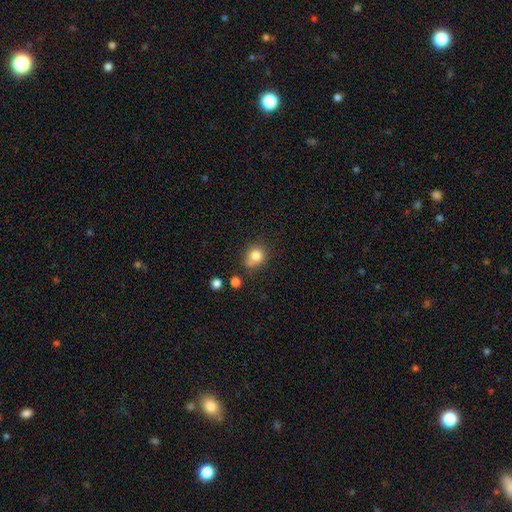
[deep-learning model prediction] A smooth galaxy with no disk features (82%) that is round (74%). Merging: none (61%).